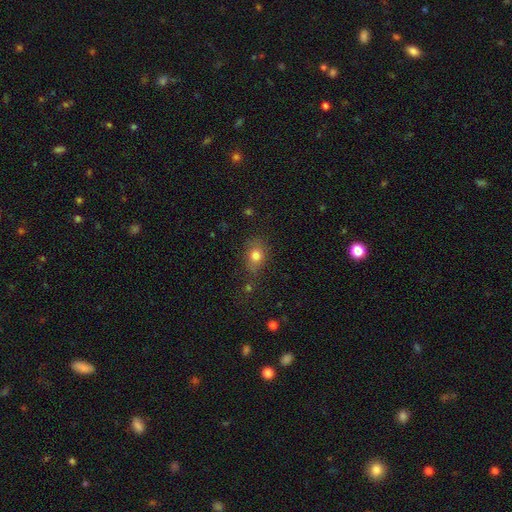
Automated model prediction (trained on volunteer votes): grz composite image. It shows a smooth galaxy with no disk features (77%) that is in between round and cigar-shaped (55%). Merging: none (65%).